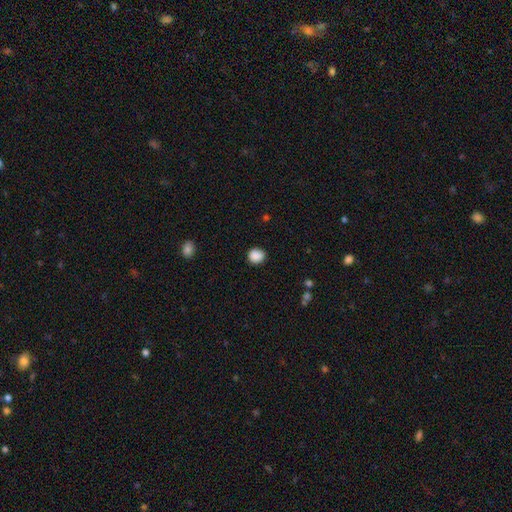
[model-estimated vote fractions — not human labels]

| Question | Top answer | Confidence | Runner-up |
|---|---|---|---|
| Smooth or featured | smooth | 88% | star or artifact (9%) |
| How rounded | round | 81% | in between (18%) |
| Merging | none | 85% | minor disturbance (11%) |